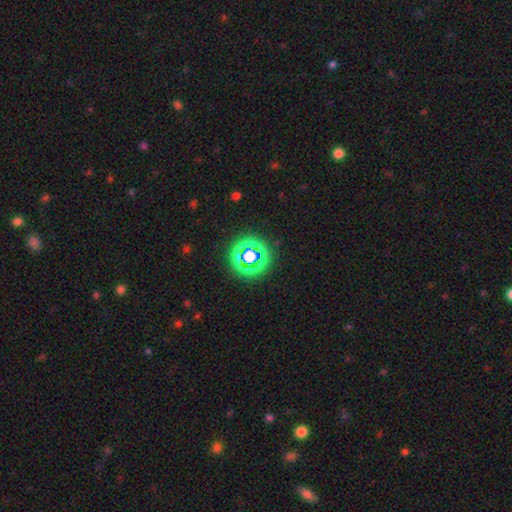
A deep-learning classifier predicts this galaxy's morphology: Smooth or featured? Predicted: star or artifact (p=0.71).